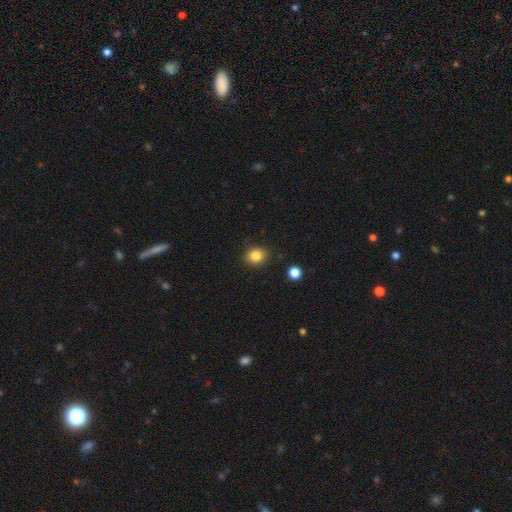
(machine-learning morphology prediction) Smooth or featured? smooth (85%)
How rounded? round (56%)
Merging? none (87%)